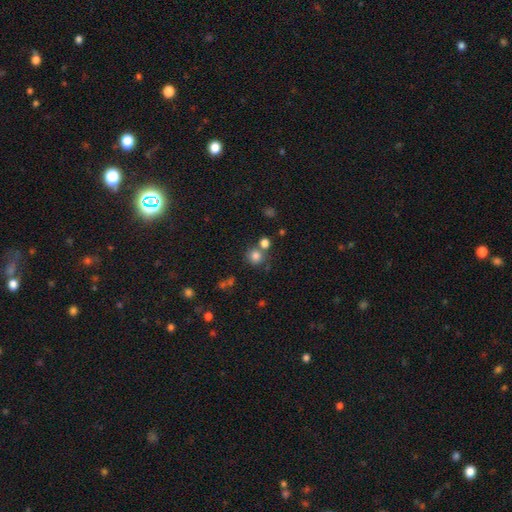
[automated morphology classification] Q: Smooth or featured?
A: smooth (79%); runner-up: star or artifact (14%)
Q: How rounded?
A: round (89%); runner-up: in between (10%)
Q: Merging?
A: none (66%); runner-up: merger (21%)